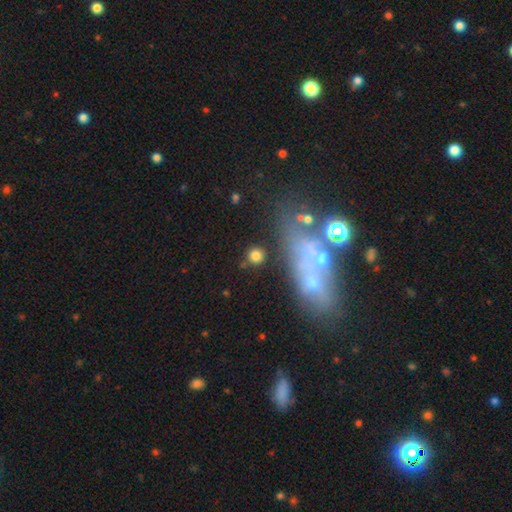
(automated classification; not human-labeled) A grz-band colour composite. It shows a smooth galaxy with no disk features (80%) that is round (89%). Merging: none (80%).